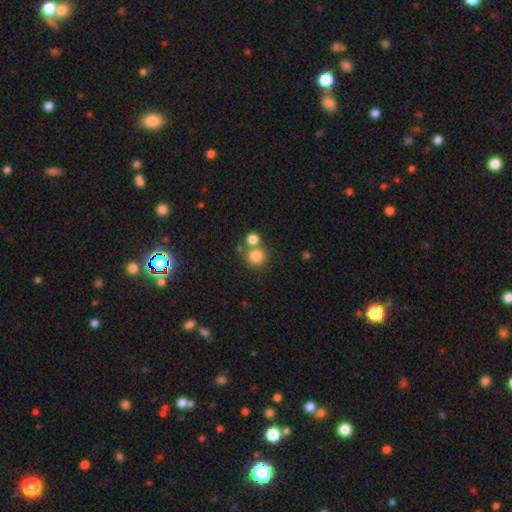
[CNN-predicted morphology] Smooth or featured: smooth — 81% (star or artifact — 12%)
How rounded: round — 90% (in between — 9%)
Merging: none — 64% (merger — 25%)